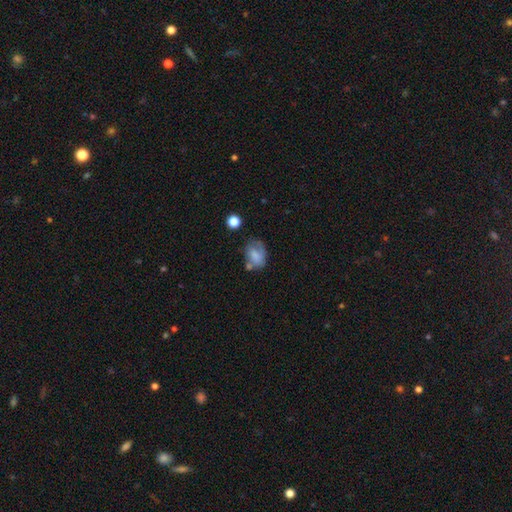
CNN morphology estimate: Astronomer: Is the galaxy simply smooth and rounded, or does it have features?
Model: smooth — 66%.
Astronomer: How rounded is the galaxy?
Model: in between — 72%.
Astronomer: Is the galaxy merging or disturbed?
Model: none — 45% (runner-up: minor disturbance, 28%).